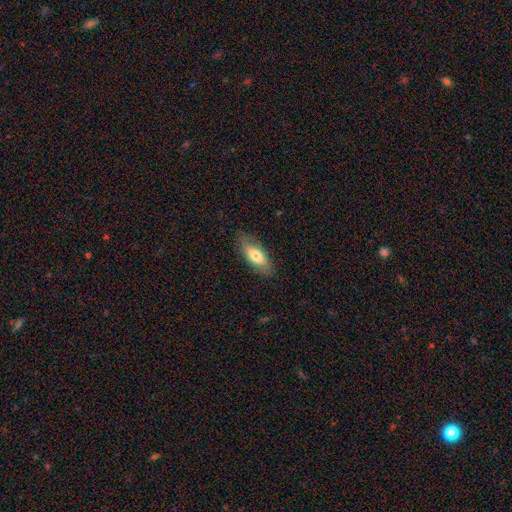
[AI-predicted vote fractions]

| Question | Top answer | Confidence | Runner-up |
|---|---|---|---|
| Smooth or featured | smooth | 72% | featured or disk (22%) |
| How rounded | in between | 78% | cigar-shaped (20%) |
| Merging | none | 82% | minor disturbance (14%) |